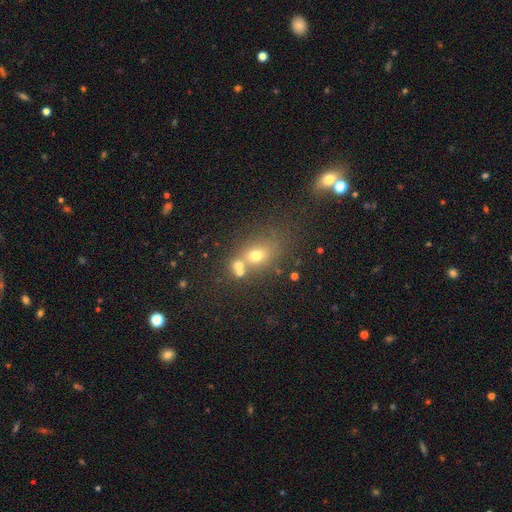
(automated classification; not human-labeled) Morphology: type=smooth (59%); roundness=round (51%); merging=merger (42%).